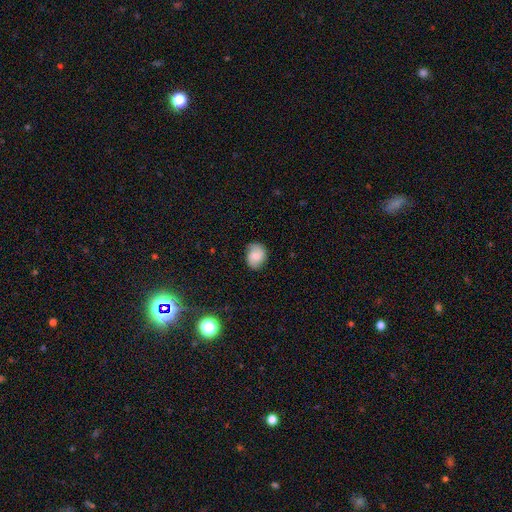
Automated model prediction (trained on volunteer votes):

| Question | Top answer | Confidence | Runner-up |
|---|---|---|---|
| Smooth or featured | smooth | 62% | featured or disk (29%) |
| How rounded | round | 56% | in between (43%) |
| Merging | none | 74% | minor disturbance (19%) |